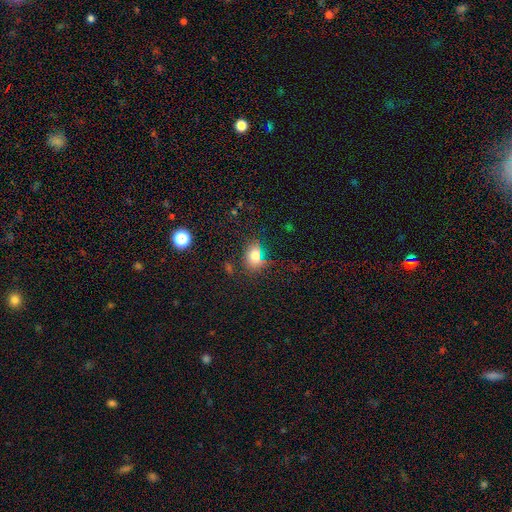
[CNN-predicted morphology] smooth-or-featured: smooth: 73% | star or artifact: 17% | featured or disk: 9%
  how-rounded: in between: 61% | round: 37% | cigar-shaped: 2%
  merging: none: 75% | minor disturbance: 15% | major disturbance: 5% | merger: 4%